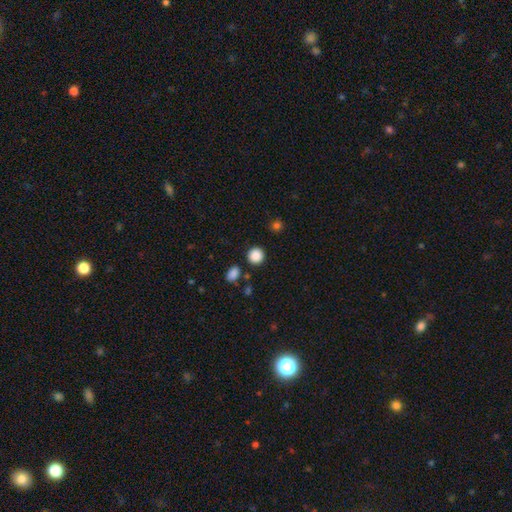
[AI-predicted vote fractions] smooth_or_featured: smooth (p=0.87) [alt: star or artifact p=0.10]
how_rounded: round (p=0.91) [alt: in between p=0.08]
merging: none (p=0.88) [alt: minor disturbance p=0.06]